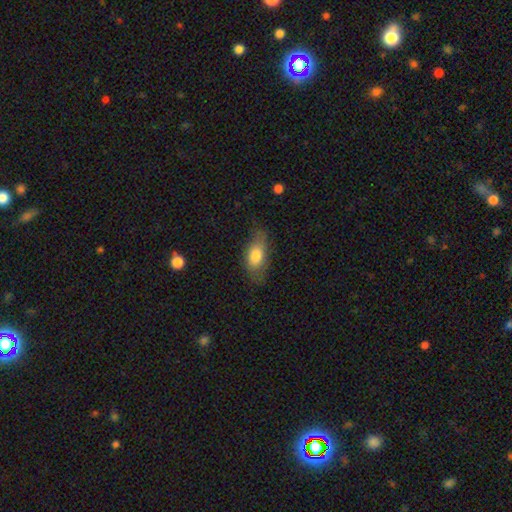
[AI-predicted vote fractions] Overall: smooth (77%). How rounded: in between (84%). Merging: none (63%; minor disturbance 26%).